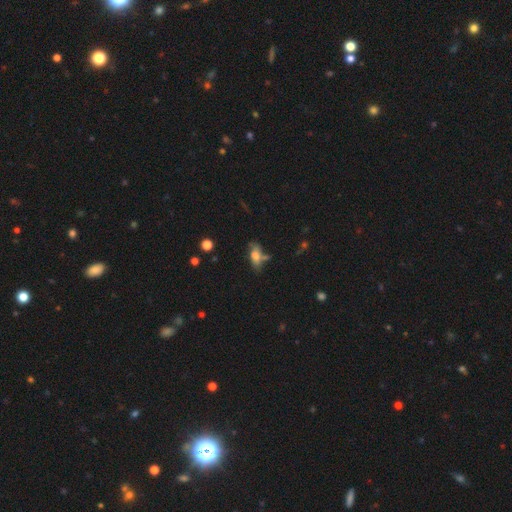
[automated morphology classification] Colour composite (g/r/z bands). It shows a smooth galaxy with no disk features (63%) that is in between round and cigar-shaped (81%). Merging: none (46%).